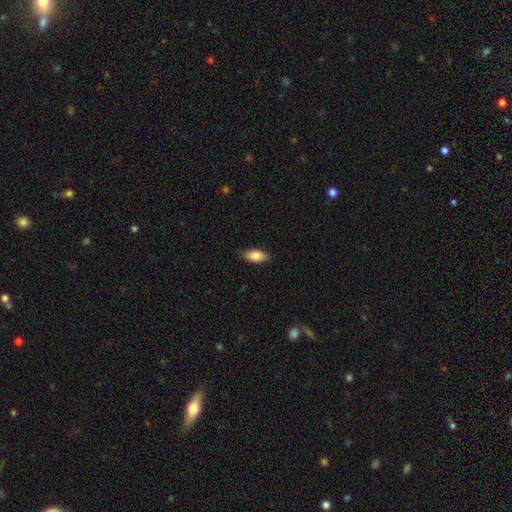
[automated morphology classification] A smooth galaxy with no disk features (85%) that is in between round and cigar-shaped (88%). Merging: none (87%).